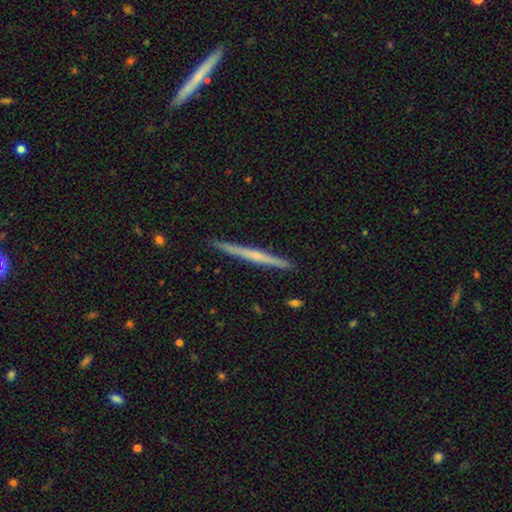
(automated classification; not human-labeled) smooth-or-featured: featured or disk: 65% | smooth: 29% | star or artifact: 6%
  disk-edge-on: yes: 98% | no: 2%
    edge-on-bulge: none: 54% | rounded: 38% | boxy: 7%
  merging: none: 92% | minor disturbance: 5% | major disturbance: 1% | merger: 1%